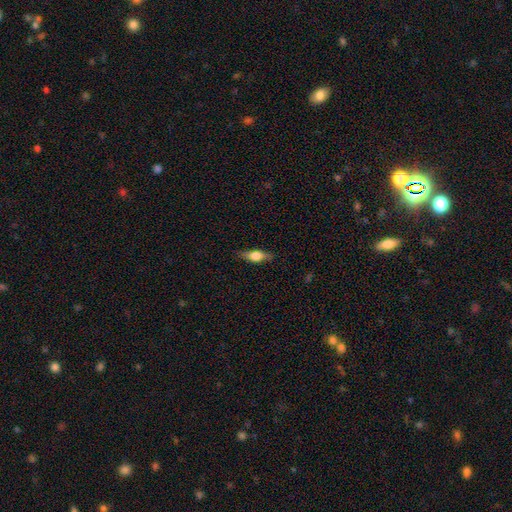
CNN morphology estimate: Smooth or featured: smooth — 60% (featured or disk — 33%)
How rounded: in between — 59% (cigar-shaped — 36%)
Merging: none — 81% (minor disturbance — 14%)